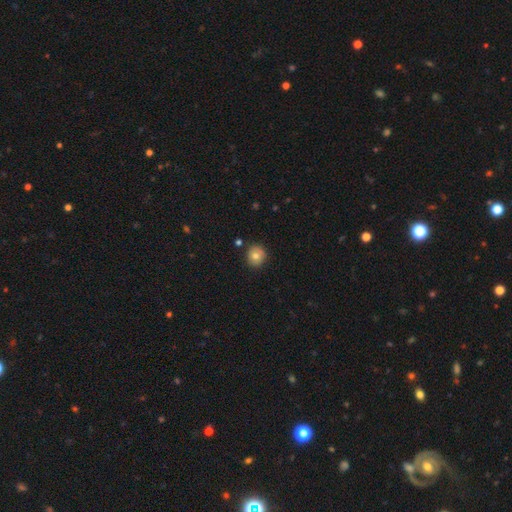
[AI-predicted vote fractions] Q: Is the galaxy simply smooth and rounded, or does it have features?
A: smooth — 76%.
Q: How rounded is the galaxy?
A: round — 90%.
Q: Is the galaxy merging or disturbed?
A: none — 85%.